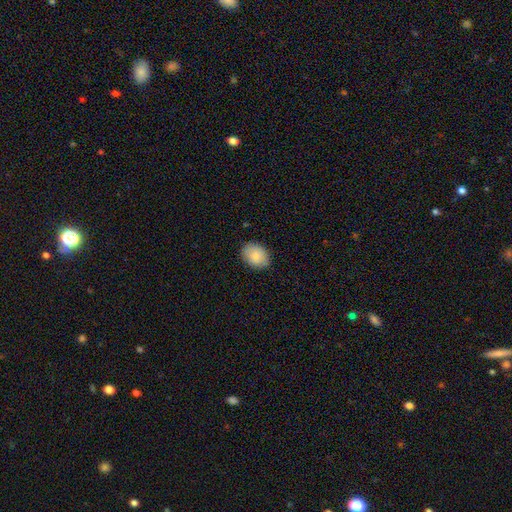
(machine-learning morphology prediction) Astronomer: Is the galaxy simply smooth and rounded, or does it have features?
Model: smooth — 88%.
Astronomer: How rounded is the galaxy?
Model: in between — 68%.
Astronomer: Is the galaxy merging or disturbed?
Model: none — 86%.